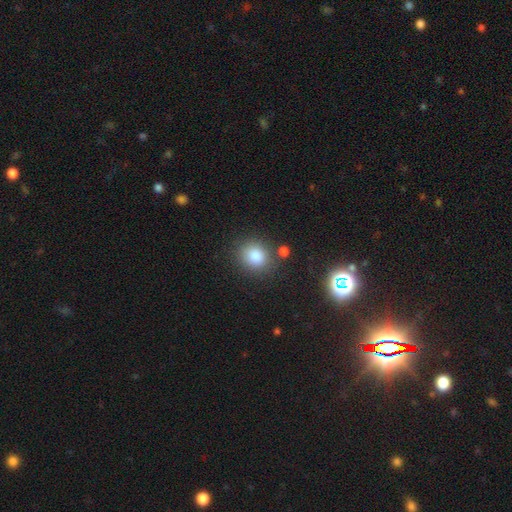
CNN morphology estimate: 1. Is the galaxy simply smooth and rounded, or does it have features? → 84% smooth, 10% star or artifact, 6% featured or disk.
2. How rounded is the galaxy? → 72% round, 27% in between, 1% cigar-shaped.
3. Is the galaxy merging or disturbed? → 79% none, 11% minor disturbance, 6% merger, 4% major disturbance.